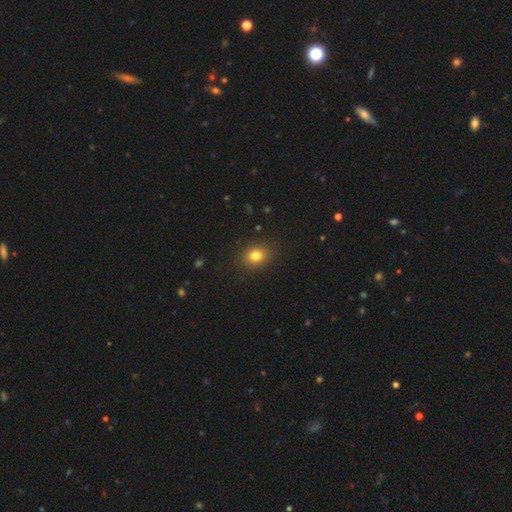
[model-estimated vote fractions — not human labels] smooth_or_featured: smooth (p=0.81) [alt: star or artifact p=0.12]
how_rounded: round (p=0.57) [alt: in between p=0.43]
merging: none (p=0.87) [alt: minor disturbance p=0.09]